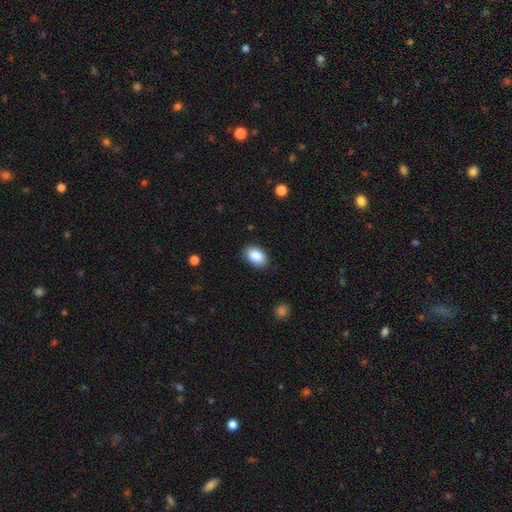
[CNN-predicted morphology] Overall: smooth (88%). How rounded: in between (87%). Merging: none (85%).